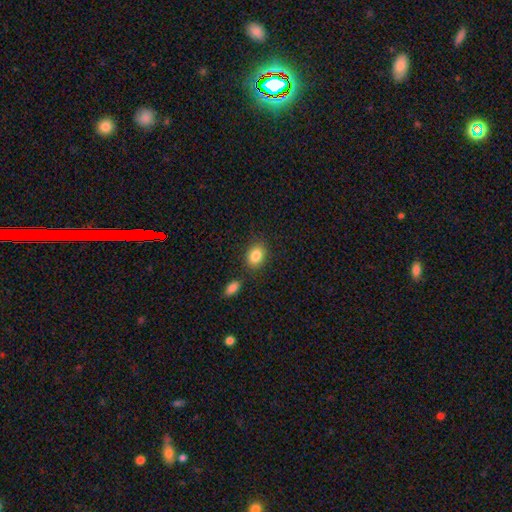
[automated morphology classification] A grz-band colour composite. It shows a smooth galaxy with no disk features (85%) that is in between round and cigar-shaped (71%). Merging: none (80%).